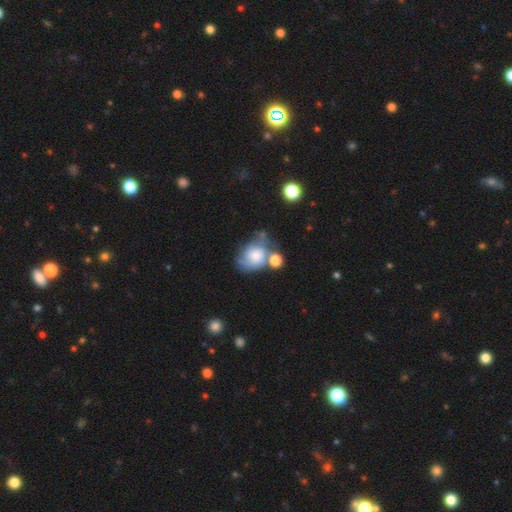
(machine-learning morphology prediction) Smooth or featured: featured or disk — 46% (smooth — 45%)
Merging: none — 33% (merger — 28%)